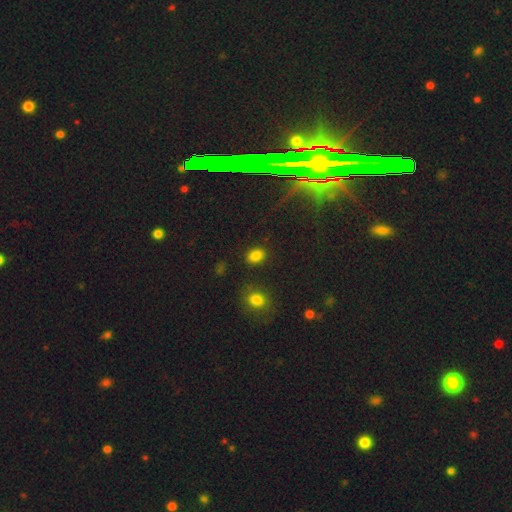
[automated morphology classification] A smooth galaxy with no disk features (82%) that is in between round and cigar-shaped (66%).

Vote fractions:
- Smooth or featured? smooth: 82% / star or artifact: 13% / featured or disk: 5%
- How rounded? in between: 66% / round: 32% / cigar-shaped: 1%
- Merging? none: 85% / minor disturbance: 9% / merger: 3% / major disturbance: 3%